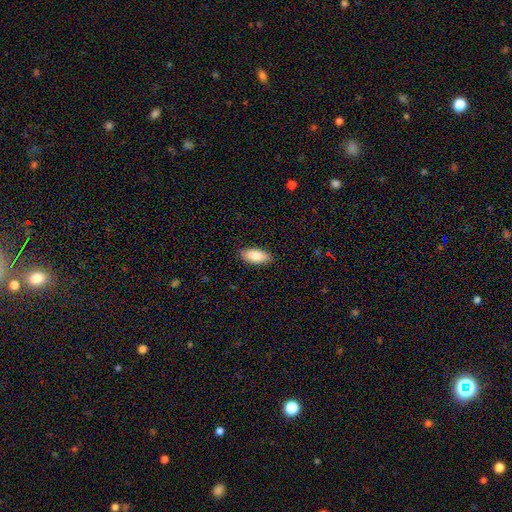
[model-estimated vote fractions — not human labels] Morphology: type=smooth (86%); roundness=in between (89%); merging=none (88%).